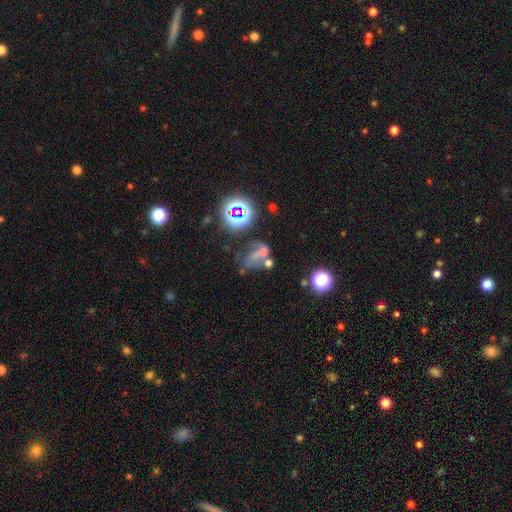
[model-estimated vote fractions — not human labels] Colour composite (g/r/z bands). It shows a smooth galaxy with no disk features (38%). Merging: merger (37%).